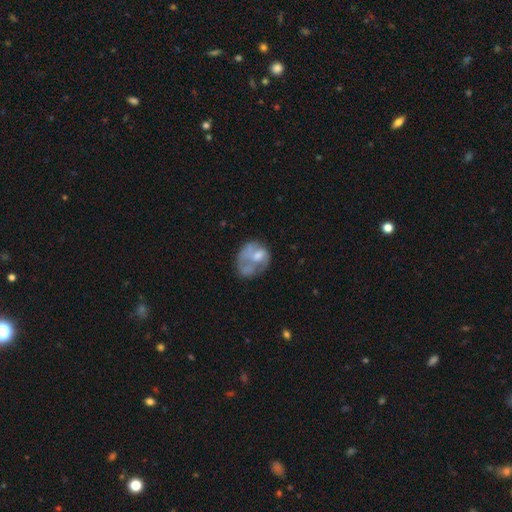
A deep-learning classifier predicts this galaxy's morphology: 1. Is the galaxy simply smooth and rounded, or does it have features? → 46% smooth, 45% featured or disk, 9% star or artifact.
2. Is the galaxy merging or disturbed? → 33% major disturbance, 31% none, 22% minor disturbance, 13% merger.